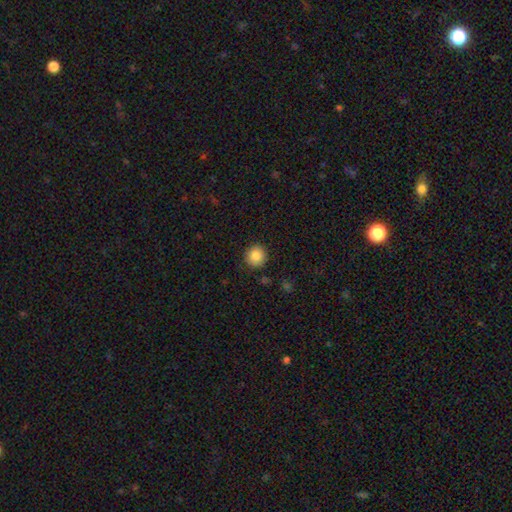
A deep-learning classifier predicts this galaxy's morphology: type=smooth (87%); roundness=round (93%); merging=none (90%).